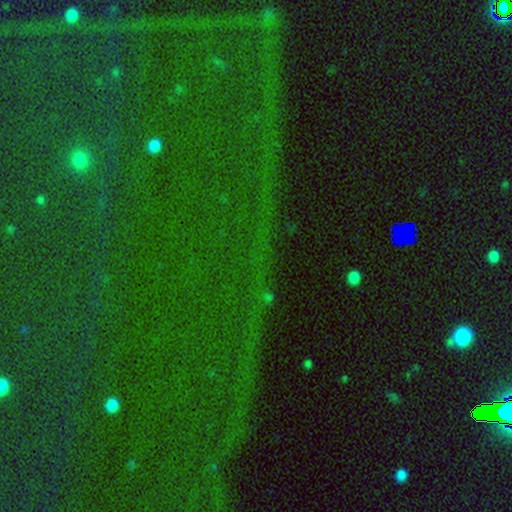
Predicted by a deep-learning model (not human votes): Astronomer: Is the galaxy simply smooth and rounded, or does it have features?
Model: star or artifact — 83%.